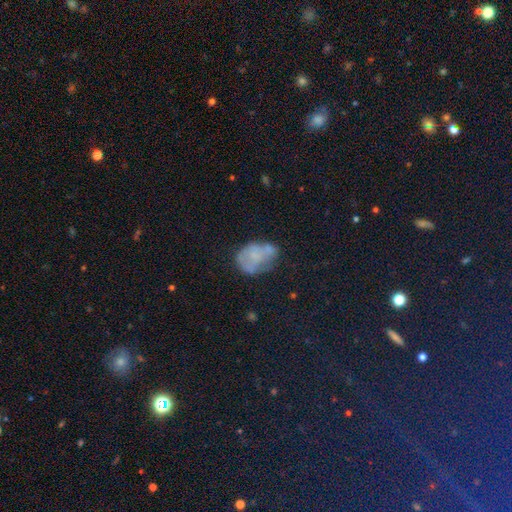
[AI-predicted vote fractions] smooth 49%, featured or disk 37%, star or artifact 14%. Down the decision tree: merging — none (38%).